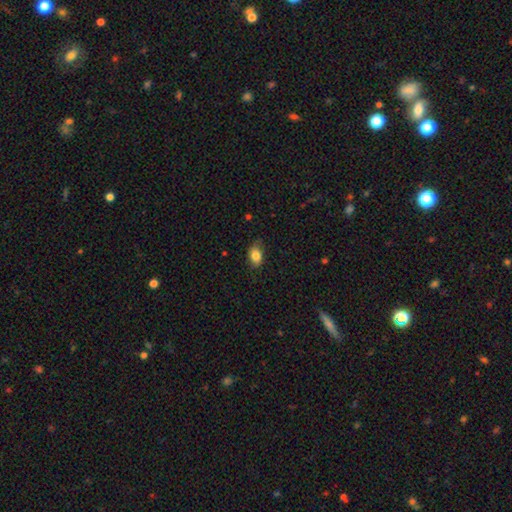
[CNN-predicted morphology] smooth_or_featured: smooth (p=0.82) [alt: featured or disk p=0.10]
how_rounded: in between (p=0.83) [alt: round p=0.15]
merging: none (p=0.70) [alt: minor disturbance p=0.24]